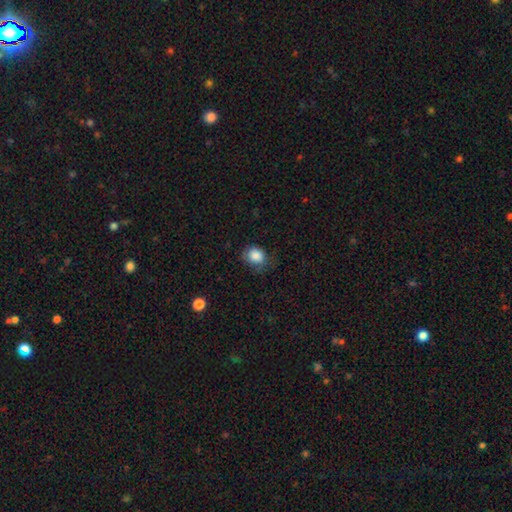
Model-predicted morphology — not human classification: Smooth or featured: smooth — 86% (star or artifact — 9%)
How rounded: round — 65% (in between — 35%)
Merging: none — 59% (minor disturbance — 29%)